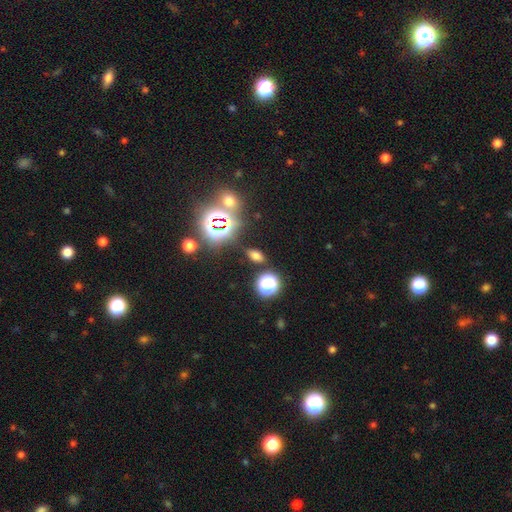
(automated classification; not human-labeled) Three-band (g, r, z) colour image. It shows a smooth galaxy with no disk features (57%) that is in between round and cigar-shaped (75%). Merging: none (81%).